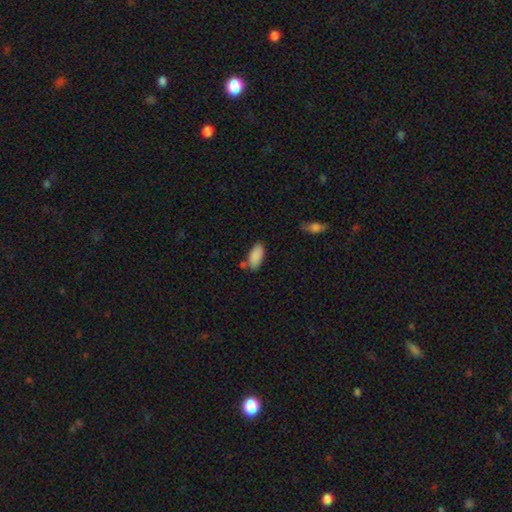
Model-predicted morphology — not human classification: type=smooth (88%); roundness=in between (89%); merging=none (67%).